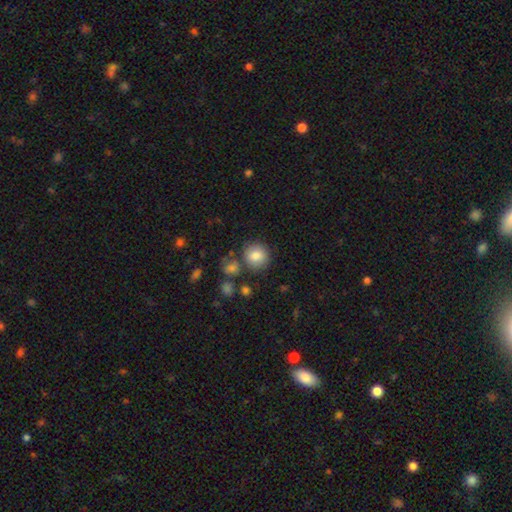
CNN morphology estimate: Smooth or featured? Predicted: smooth (p=0.83). How rounded? Predicted: round (p=0.90). Merging? Predicted: none (p=0.79).